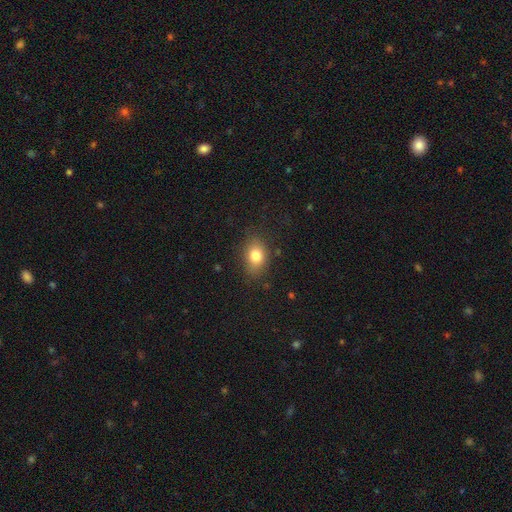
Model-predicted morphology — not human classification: This is likely a smooth galaxy (80%). How rounded: likely in between (70%). Merging: likely none (79%).